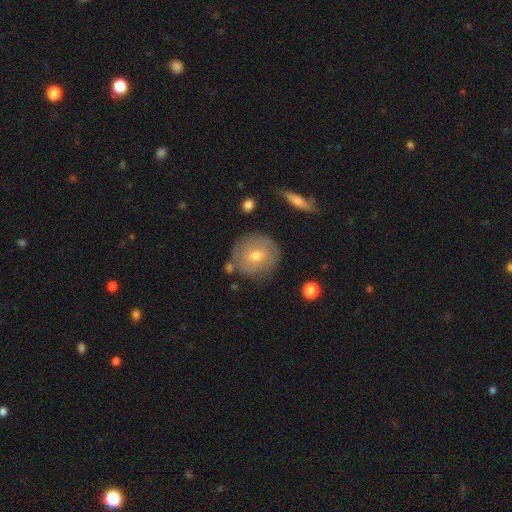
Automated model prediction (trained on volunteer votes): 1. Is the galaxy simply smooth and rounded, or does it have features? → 46% featured or disk (tied), 46% smooth (tied), 8% star or artifact.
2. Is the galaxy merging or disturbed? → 77% none, 15% minor disturbance, 4% merger, 4% major disturbance.